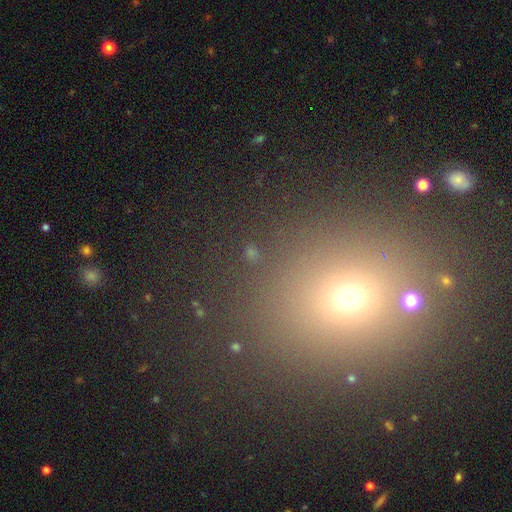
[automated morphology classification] The model was most divided on "smooth or featured": smooth: 51%, star or artifact: 39%, featured or disk: 9%. More confident: merging — none (82%); how rounded — round (74%).